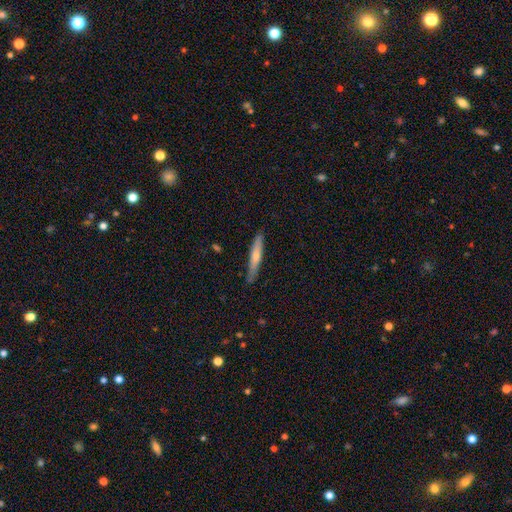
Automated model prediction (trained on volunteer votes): This appears to be a smooth galaxy with no disk features (52%) that is cigar-shaped (94%). Merging: none (87%).